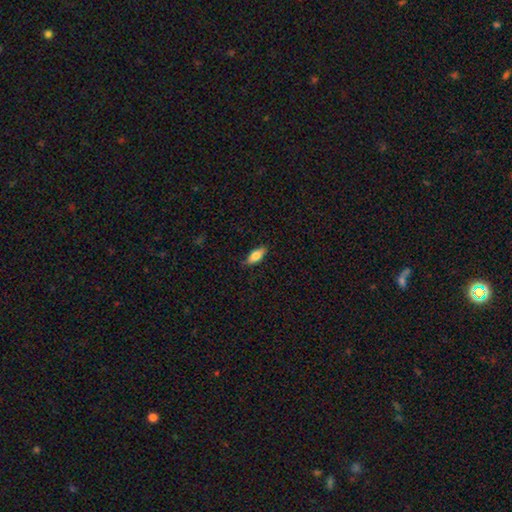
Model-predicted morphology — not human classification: smooth_or_featured: smooth (p=0.75) [alt: featured or disk p=0.18]
how_rounded: in between (p=0.78) [alt: cigar-shaped p=0.19]
merging: none (p=0.82) [alt: minor disturbance p=0.14]